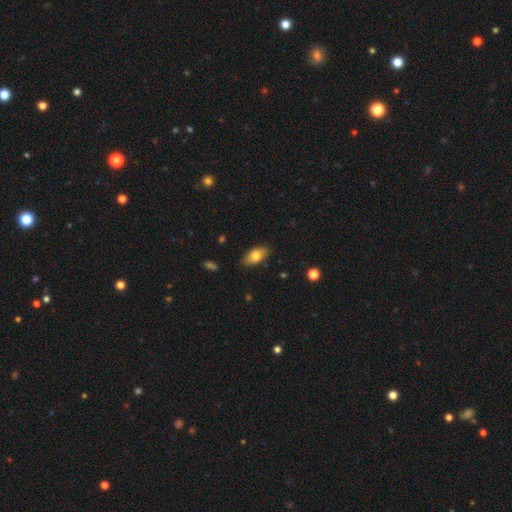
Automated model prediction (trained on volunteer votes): A smooth galaxy with no disk features (78%) that is in between round and cigar-shaped (90%).

Vote fractions:
- Smooth or featured? smooth: 78% / featured or disk: 16% / star or artifact: 7%
- How rounded? in between: 90% / cigar-shaped: 5% / round: 4%
- Merging? none: 85% / minor disturbance: 12% / major disturbance: 2% / merger: 1%